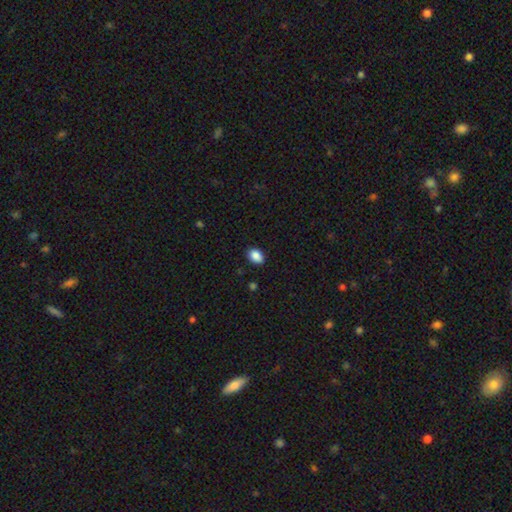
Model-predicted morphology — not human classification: smooth-or-featured: smooth: 88% | star or artifact: 8% | featured or disk: 4%
  how-rounded: in between: 80% | round: 18% | cigar-shaped: 1%
  merging: none: 88% | minor disturbance: 9% | major disturbance: 2% | merger: 1%